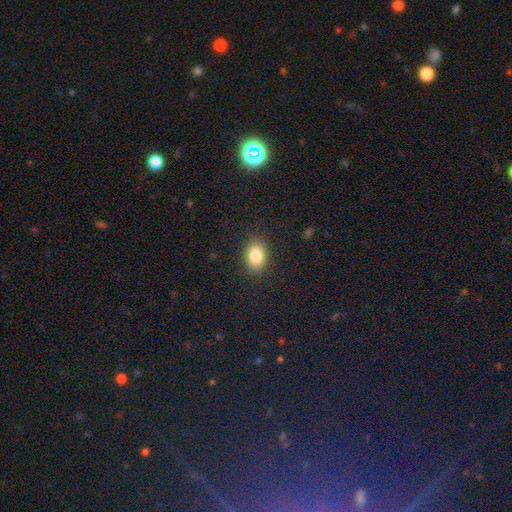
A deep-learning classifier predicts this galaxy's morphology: smooth_or_featured: smooth (p=0.83) [alt: star or artifact p=0.09]
how_rounded: in between (p=0.79) [alt: round p=0.20]
merging: none (p=0.87) [alt: minor disturbance p=0.09]